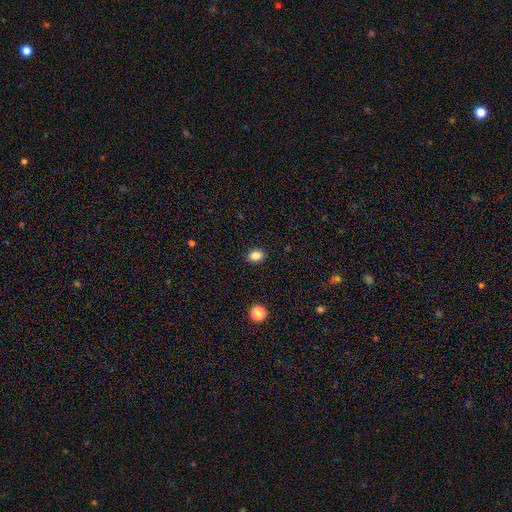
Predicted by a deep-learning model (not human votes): Smooth or featured? smooth (85%)
How rounded? in between (64%)
Merging? none (90%)